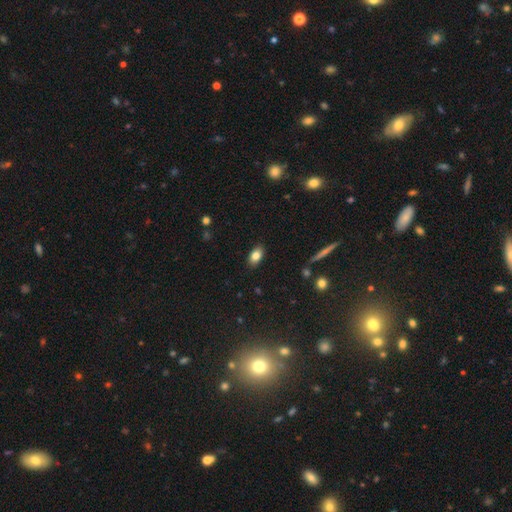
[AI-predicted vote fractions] The model was most divided on "smooth or featured": smooth: 82%, featured or disk: 9%, star or artifact: 9%. More confident: how rounded — in between (90%); merging — none (88%).